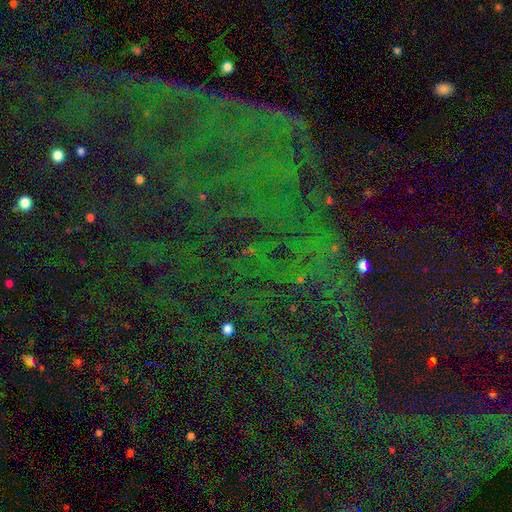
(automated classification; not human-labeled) Smooth or featured?
  - star or artifact: 80% *
  - featured or disk: 10%
  - smooth: 9%